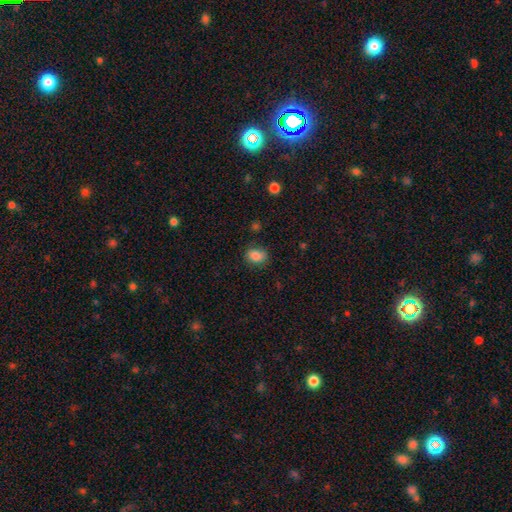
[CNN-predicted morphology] Q: Smooth or featured?
A: smooth (85%); runner-up: star or artifact (10%)
Q: How rounded?
A: in between (55%); runner-up: round (44%)
Q: Merging?
A: none (78%); runner-up: minor disturbance (16%)